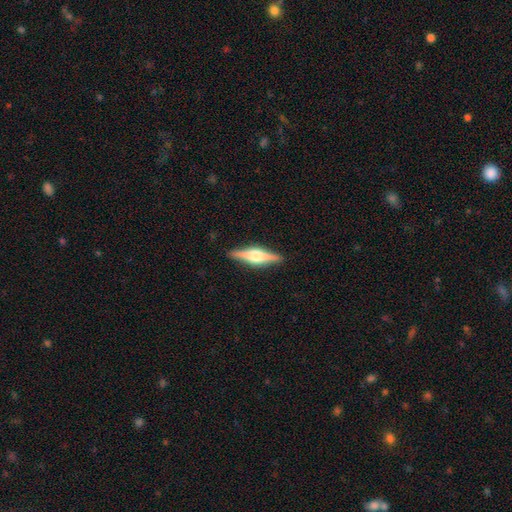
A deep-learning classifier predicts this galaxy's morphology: featured or disk 71%, smooth 23%, star or artifact 6%. Down the decision tree: edge-on disk — yes (97%); edge-on bulge — rounded (89%); merging — none (90%).